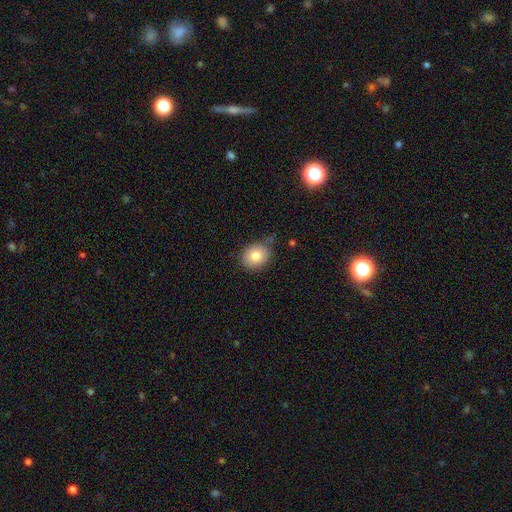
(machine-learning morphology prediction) Smooth or featured? smooth (81%)
How rounded? round (62%)
Merging? none (71%)